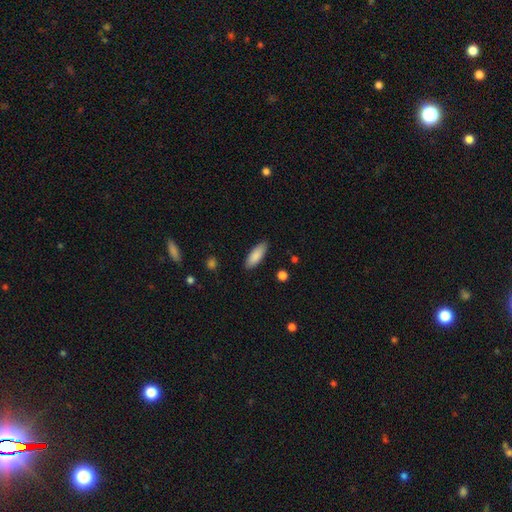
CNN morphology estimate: Smooth or featured?
  - smooth: 88% *
  - featured or disk: 6%
  - star or artifact: 6%
How rounded?
  - in between: 71% *
  - cigar-shaped: 28%
  - round: 2%
Merging?
  - none: 87% *
  - minor disturbance: 10%
  - major disturbance: 2%
  - merger: 1%